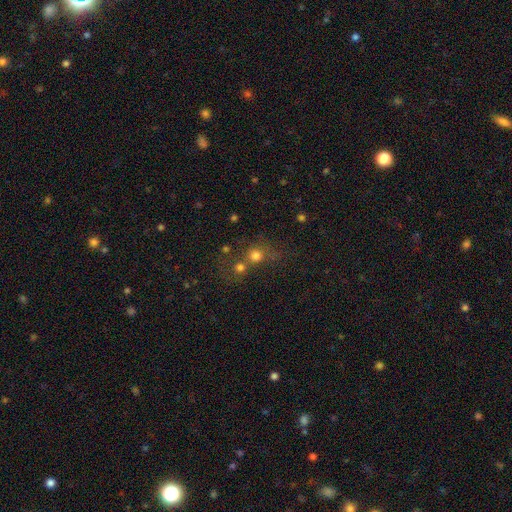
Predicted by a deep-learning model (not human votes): This appears to be a smooth galaxy with no disk features (70%) that is round (87%). Merging: none (45%).